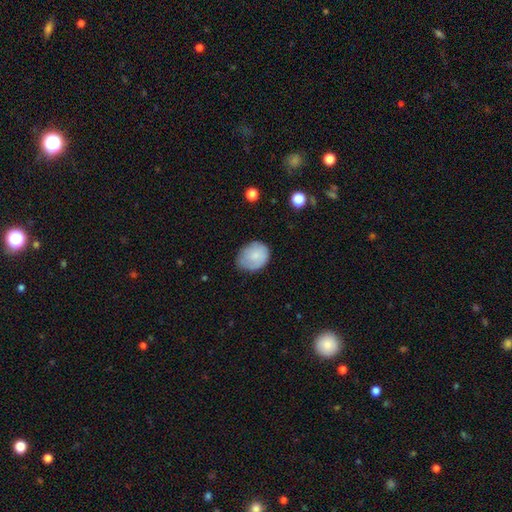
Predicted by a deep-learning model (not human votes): A smooth galaxy with no disk features (78%) that is round (50%). Merging: none (63%).